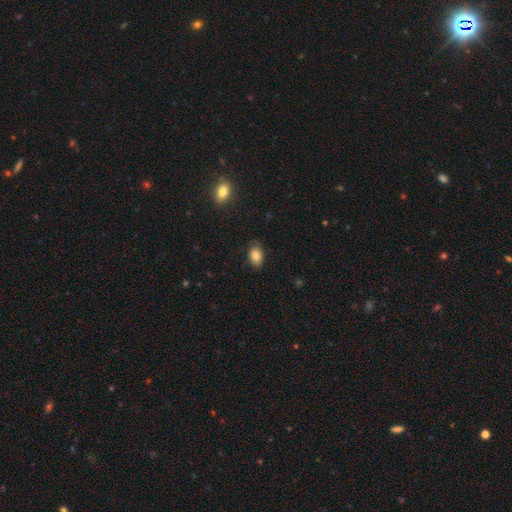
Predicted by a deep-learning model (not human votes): Smooth or featured: smooth — 82% (star or artifact — 9%)
How rounded: in between — 84% (round — 15%)
Merging: none — 82% (minor disturbance — 14%)